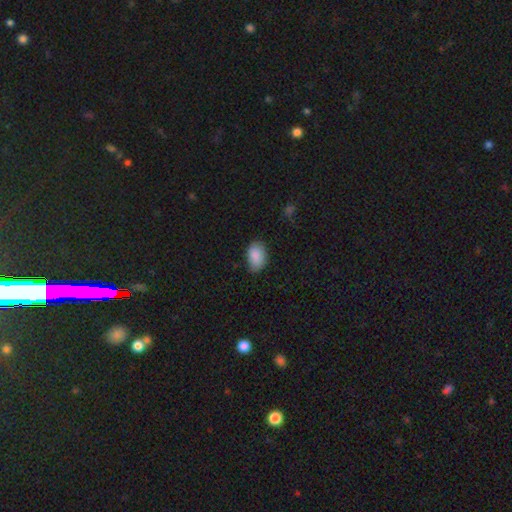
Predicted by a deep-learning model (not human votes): Smooth or featured?
  - smooth: 88% *
  - star or artifact: 7%
  - featured or disk: 5%
How rounded?
  - in between: 89% *
  - round: 9%
  - cigar-shaped: 1%
Merging?
  - none: 73% *
  - minor disturbance: 22%
  - major disturbance: 4%
  - merger: 1%